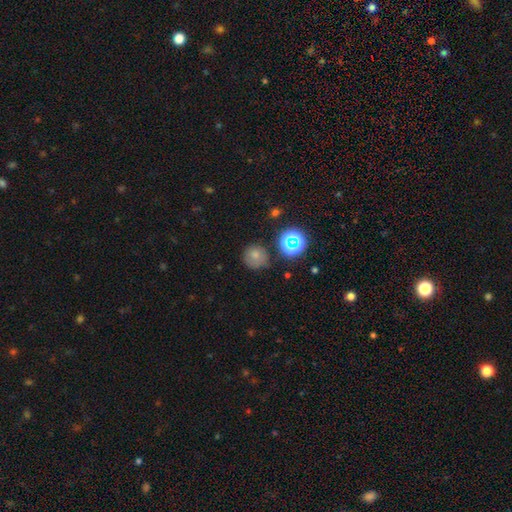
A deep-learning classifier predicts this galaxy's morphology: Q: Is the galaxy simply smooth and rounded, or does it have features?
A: smooth — 70%.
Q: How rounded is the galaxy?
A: round — 92%.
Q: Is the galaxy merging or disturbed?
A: none — 73%.